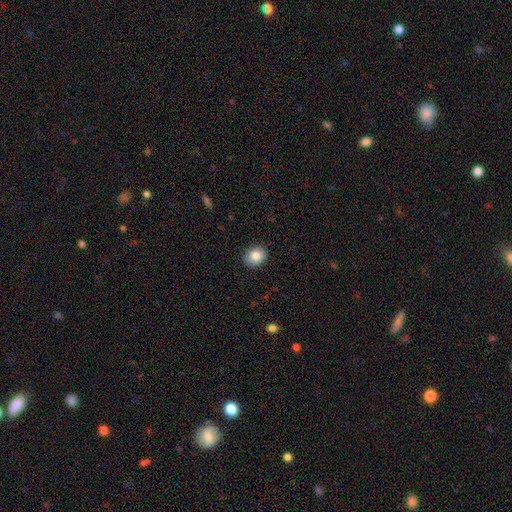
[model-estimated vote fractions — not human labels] A smooth galaxy with no disk features (85%) that is in between round and cigar-shaped (50%). Merging: none (88%).